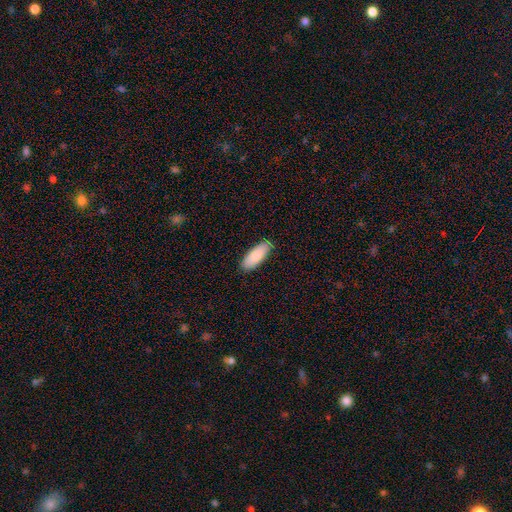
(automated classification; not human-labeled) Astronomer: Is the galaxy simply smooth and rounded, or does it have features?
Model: smooth — 83%.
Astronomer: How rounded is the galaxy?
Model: in between — 76%.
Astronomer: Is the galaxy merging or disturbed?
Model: none — 85%.